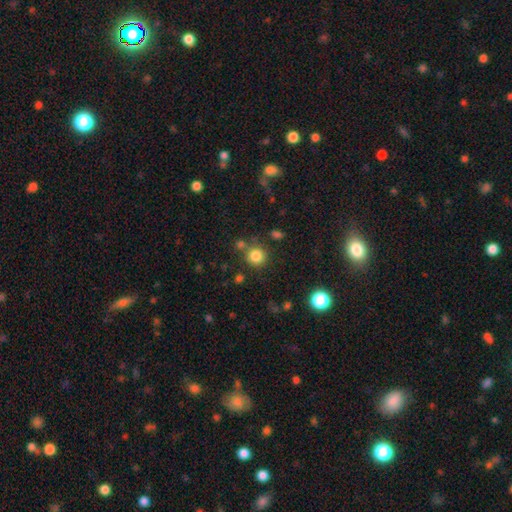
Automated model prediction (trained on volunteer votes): Overall: smooth (82%). How rounded: round (92%). Merging: none (77%).